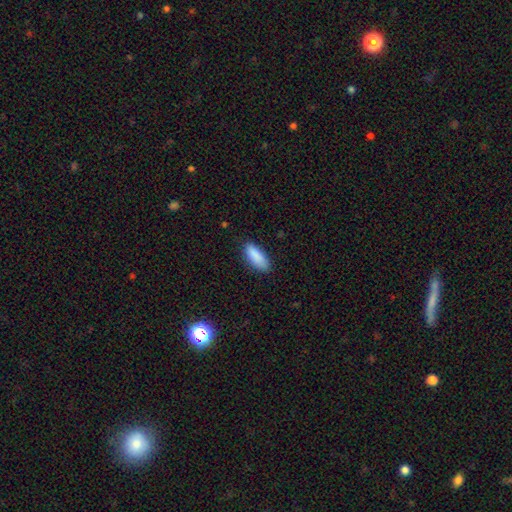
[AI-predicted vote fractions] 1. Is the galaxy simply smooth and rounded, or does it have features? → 89% smooth, 6% star or artifact, 5% featured or disk.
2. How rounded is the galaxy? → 77% in between, 21% cigar-shaped, 2% round.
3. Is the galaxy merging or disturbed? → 80% none, 16% minor disturbance, 3% major disturbance, 1% merger.